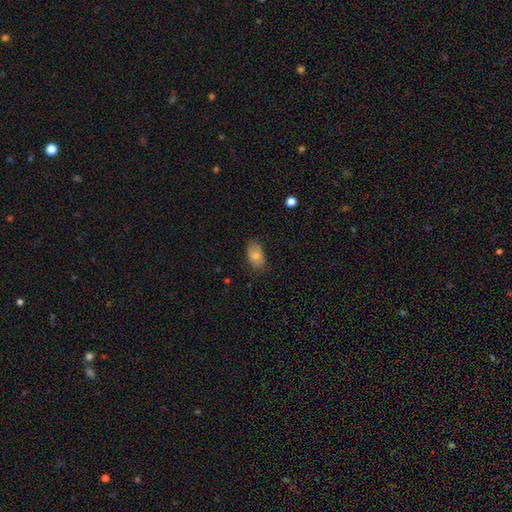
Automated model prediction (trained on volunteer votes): smooth 81%, featured or disk 12%, star or artifact 7%. Down the decision tree: how rounded — in between (90%); merging — none (75%).